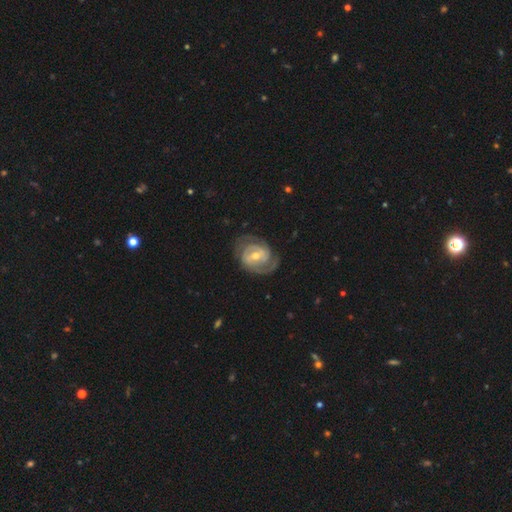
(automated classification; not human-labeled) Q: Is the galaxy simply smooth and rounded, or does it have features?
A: featured or disk — 87%.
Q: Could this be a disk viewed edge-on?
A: no — 97%.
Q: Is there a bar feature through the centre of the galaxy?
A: weak — 49%.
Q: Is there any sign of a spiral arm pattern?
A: yes — 95%.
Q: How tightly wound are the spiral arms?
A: tight — 56%.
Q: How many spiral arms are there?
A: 2 — 62%.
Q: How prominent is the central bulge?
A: moderate — 61%.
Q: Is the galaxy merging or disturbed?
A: none — 70%.